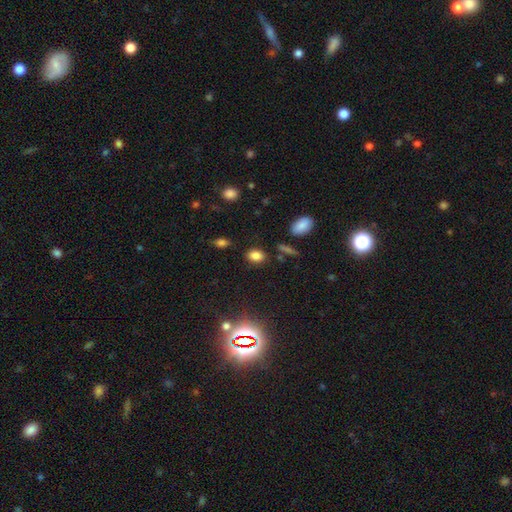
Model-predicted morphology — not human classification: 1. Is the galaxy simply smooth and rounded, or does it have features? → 81% smooth, 13% star or artifact, 6% featured or disk.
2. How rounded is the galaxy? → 77% in between, 21% round, 2% cigar-shaped.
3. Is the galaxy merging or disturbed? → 84% none, 10% minor disturbance, 3% major disturbance, 3% merger.